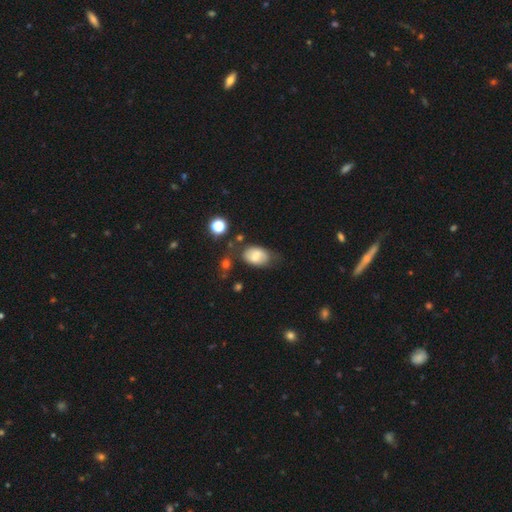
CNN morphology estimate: Smooth or featured? smooth (68%)
How rounded? in between (84%)
Merging? none (61%)